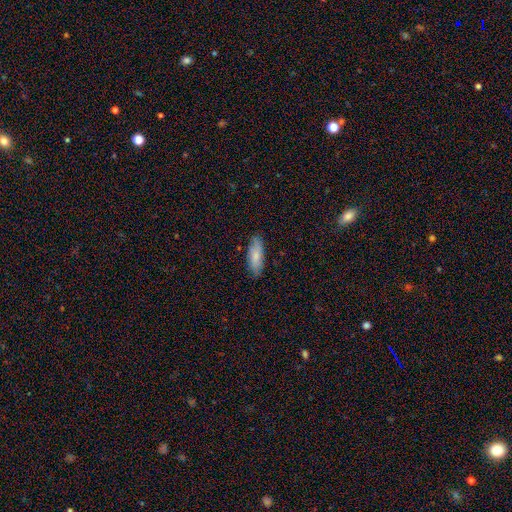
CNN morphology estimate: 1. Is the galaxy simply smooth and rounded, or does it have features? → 74% smooth, 20% featured or disk, 6% star or artifact.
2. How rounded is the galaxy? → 66% in between, 32% cigar-shaped, 2% round.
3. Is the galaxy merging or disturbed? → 81% none, 15% minor disturbance, 3% major disturbance, 1% merger.